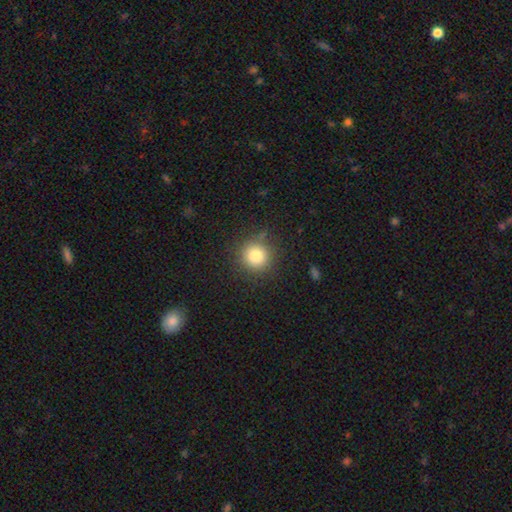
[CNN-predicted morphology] Smooth or featured? Predicted: smooth (p=0.80). How rounded? Predicted: round (p=0.94). Merging? Predicted: none (p=0.85).